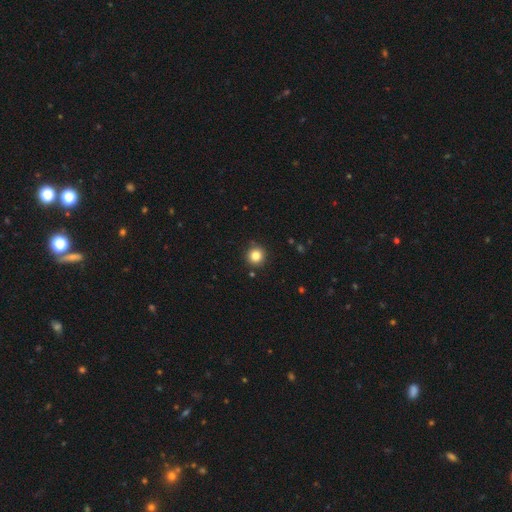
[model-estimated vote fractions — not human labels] Overall: smooth (83%). How rounded: round (95%). Merging: none (90%).